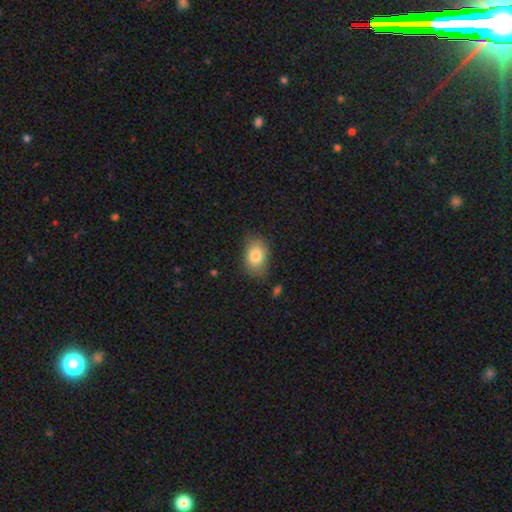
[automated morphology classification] smooth_or_featured: smooth (p=0.82) [alt: featured or disk p=0.10]
how_rounded: in between (p=0.81) [alt: round p=0.18]
merging: none (p=0.76) [alt: minor disturbance p=0.18]